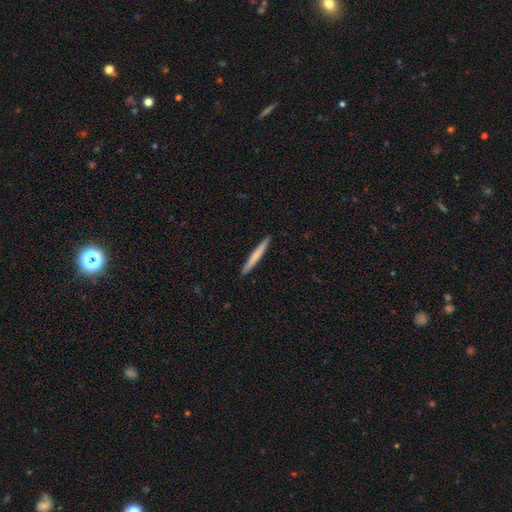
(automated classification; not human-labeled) This is likely a smooth galaxy (68%). How rounded: clearly cigar-shaped (97%). Merging: clearly none (92%).